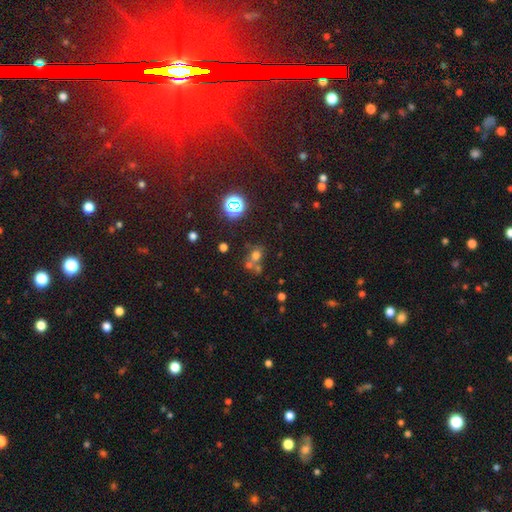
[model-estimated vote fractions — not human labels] A smooth galaxy with no disk features (58%) that is round (71%).

Vote fractions:
- Smooth or featured? smooth: 58% / star or artifact: 28% / featured or disk: 14%
- How rounded? round: 71% / in between: 28% / cigar-shaped: 1%
- Merging? none: 46% / merger: 39% / minor disturbance: 10% / major disturbance: 6%